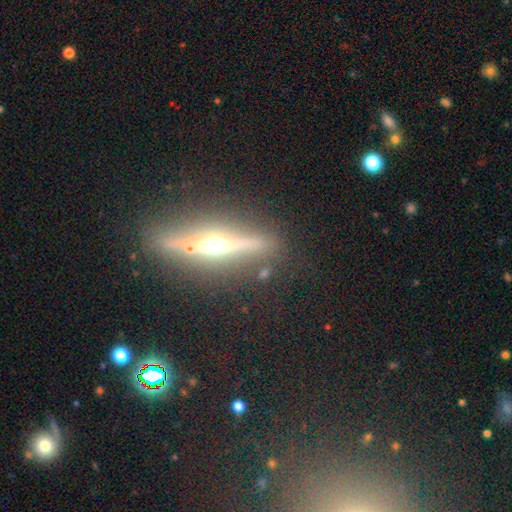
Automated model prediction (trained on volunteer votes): smooth-or-featured: featured or disk: 79% | smooth: 12% | star or artifact: 9%
  disk-edge-on: yes: 95% | no: 5%
    edge-on-bulge: rounded: 93% | none: 4% | boxy: 3%
  merging: none: 85% | minor disturbance: 10% | major disturbance: 3% | merger: 3%